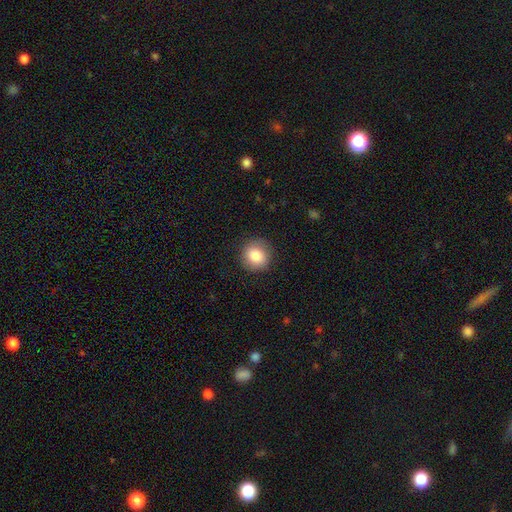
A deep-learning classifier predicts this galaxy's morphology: Overall: smooth (85%). How rounded: round (87%). Merging: none (87%).